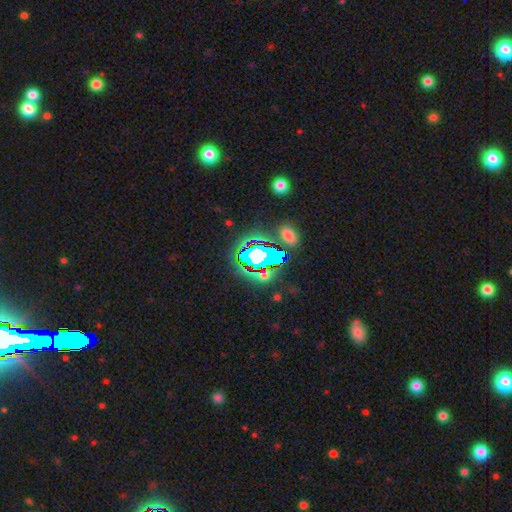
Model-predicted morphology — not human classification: star or artifact 59%, smooth 25%, featured or disk 16%.